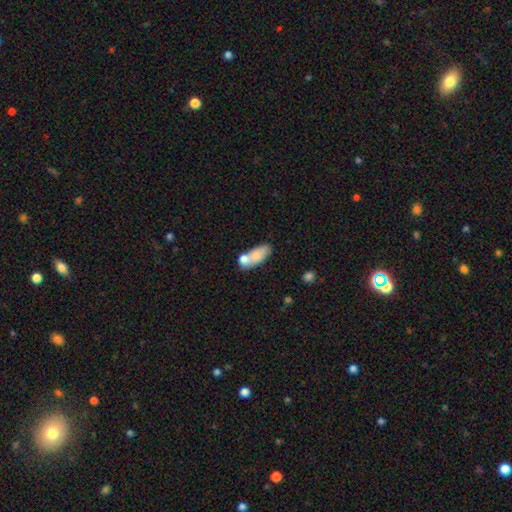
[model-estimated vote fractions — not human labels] Overall: smooth (76%). How rounded: in between (80%). Merging: none (48%; merger 28%).